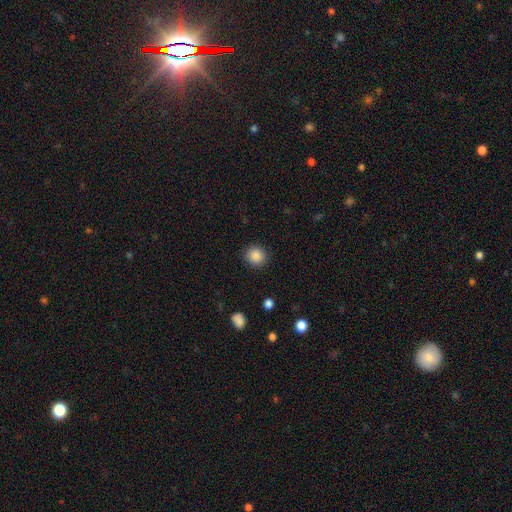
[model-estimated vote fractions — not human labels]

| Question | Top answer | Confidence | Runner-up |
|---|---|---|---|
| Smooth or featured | smooth | 87% | star or artifact (9%) |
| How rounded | round | 90% | in between (9%) |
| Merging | none | 90% | minor disturbance (6%) |